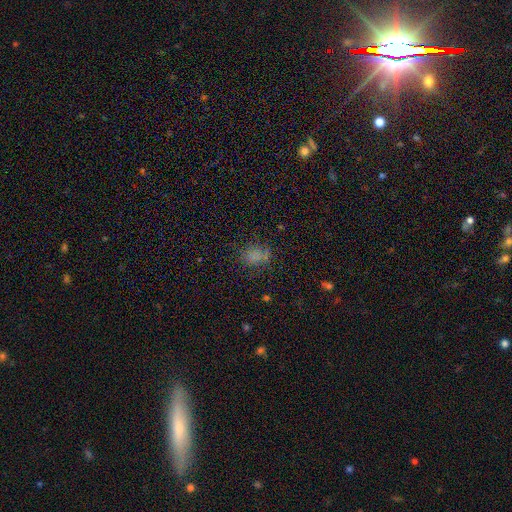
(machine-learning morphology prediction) type=smooth (72%); roundness=in between (56%); merging=none (68%).